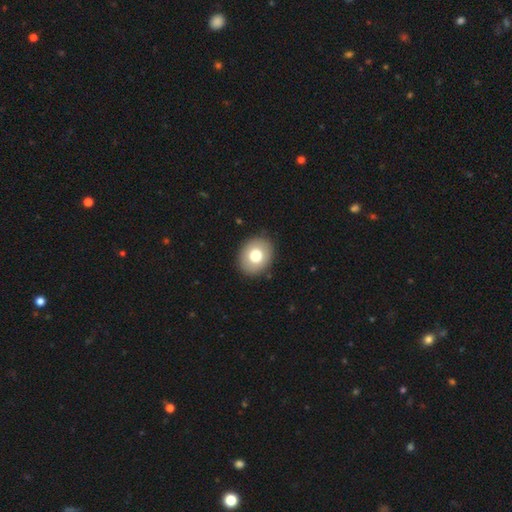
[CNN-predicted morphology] Smooth or featured? smooth (75%)
How rounded? round (60%)
Merging? none (90%)